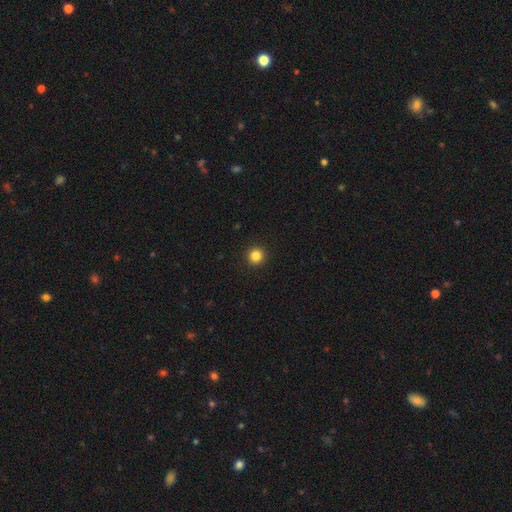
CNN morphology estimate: smooth_or_featured: smooth (p=0.84) [alt: star or artifact p=0.12]
how_rounded: round (p=0.95) [alt: in between p=0.04]
merging: none (p=0.94) [alt: minor disturbance p=0.04]